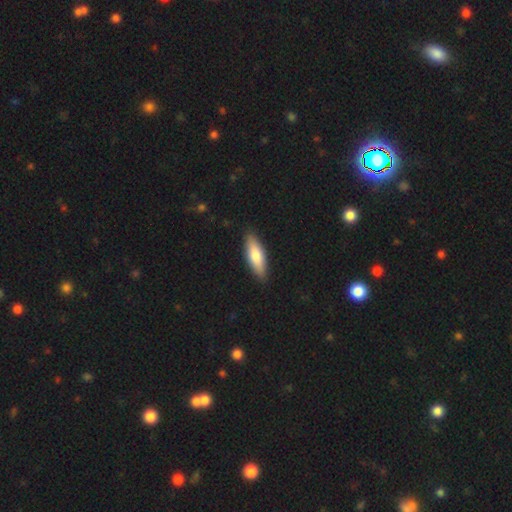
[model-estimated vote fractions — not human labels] smooth-or-featured: smooth: 78% | featured or disk: 17% | star or artifact: 5%
  how-rounded: in between: 56% | cigar-shaped: 42% | round: 2%
  merging: none: 88% | minor disturbance: 9% | major disturbance: 2% | merger: 1%